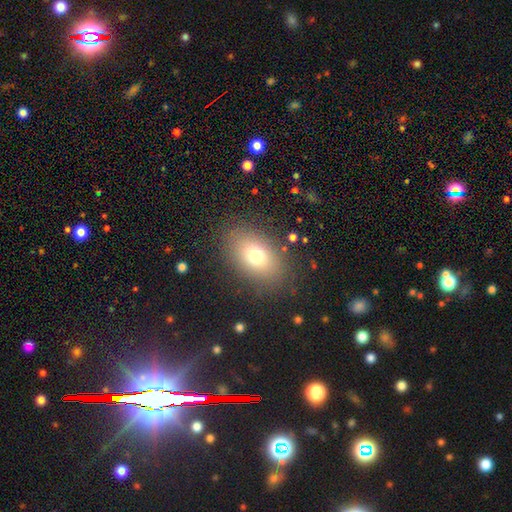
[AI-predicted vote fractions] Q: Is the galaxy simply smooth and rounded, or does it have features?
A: smooth — 73%.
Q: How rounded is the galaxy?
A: in between — 83%.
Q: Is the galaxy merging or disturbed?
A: none — 84%.